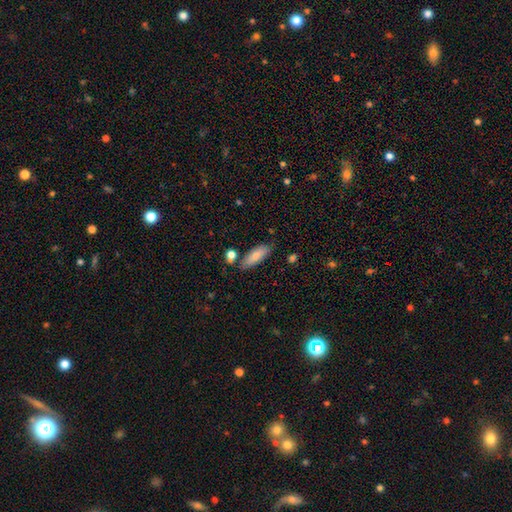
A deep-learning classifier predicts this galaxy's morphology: smooth_or_featured: smooth (p=0.80) [alt: featured or disk p=0.13]
how_rounded: in between (p=0.67) [alt: cigar-shaped p=0.31]
merging: none (p=0.77) [alt: minor disturbance p=0.14]